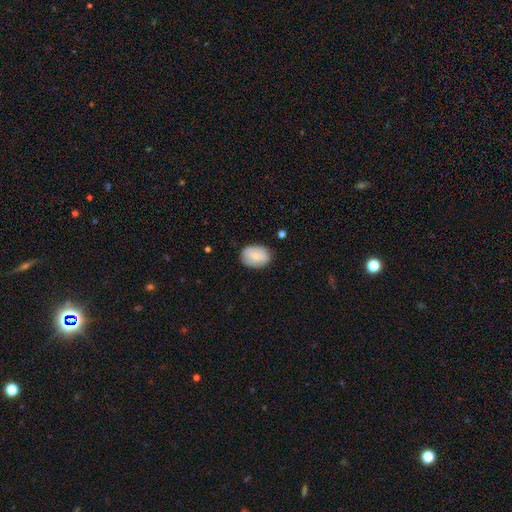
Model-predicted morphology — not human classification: Smooth or featured?
  - smooth: 78% *
  - featured or disk: 15%
  - star or artifact: 7%
How rounded?
  - in between: 77% *
  - round: 21%
  - cigar-shaped: 1%
Merging?
  - none: 82% *
  - minor disturbance: 14%
  - major disturbance: 3%
  - merger: 1%